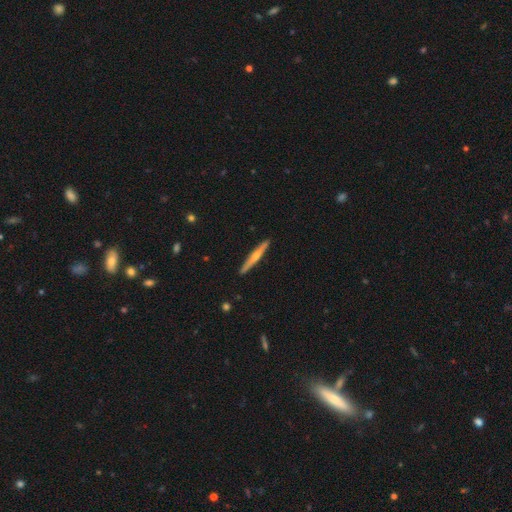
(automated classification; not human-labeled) Smooth or featured? Predicted: featured or disk (p=0.56). Edge-on disk? Predicted: yes (p=0.97). Edge-on bulge? Predicted: rounded (p=0.73). Merging? Predicted: none (p=0.90).